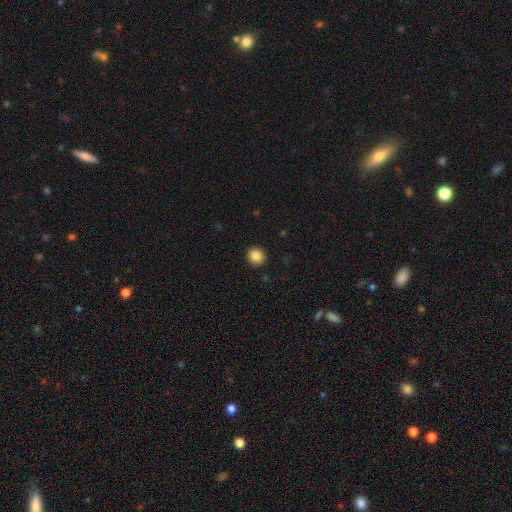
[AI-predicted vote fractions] Morphology: type=smooth (85%); roundness=round (91%); merging=none (92%).